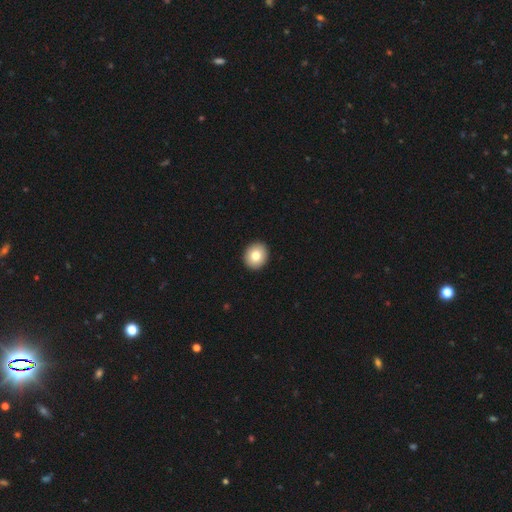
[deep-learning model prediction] A smooth galaxy with no disk features (80%) that is round (82%). Merging: none (93%).